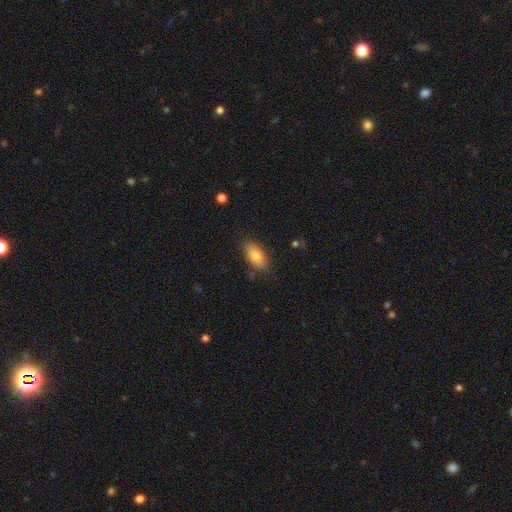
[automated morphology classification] This appears to be a smooth galaxy with no disk features (80%) that is in between round and cigar-shaped (90%). Merging: none (83%).